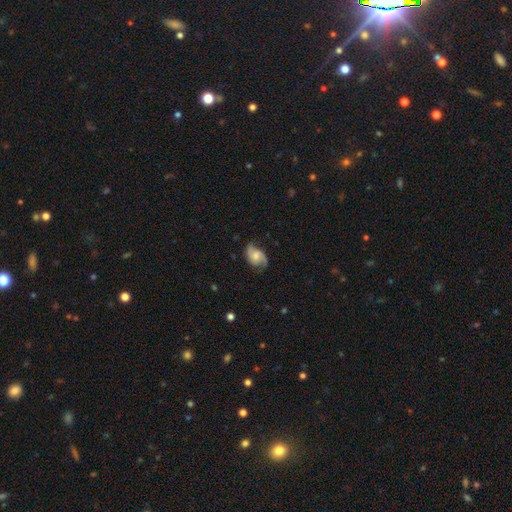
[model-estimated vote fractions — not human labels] The model was most divided on "spiral winding": medium: 43%, loose: 37%, tight: 20%. Remaining: edge-on disk — no (97%); spiral arms — yes (93%); spiral arm count — 2 (84%); smooth or featured — featured or disk (67%); merging — none (66%); bar — no (64%); bulge size — moderate (47%).